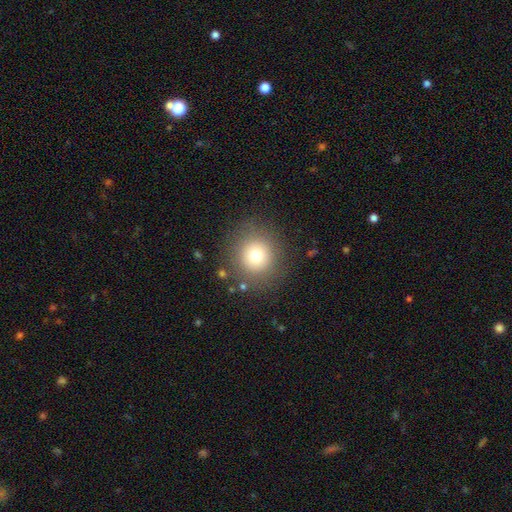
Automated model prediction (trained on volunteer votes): smooth-or-featured: smooth: 74% | star or artifact: 15% | featured or disk: 12%
  how-rounded: round: 91% | in between: 8% | cigar-shaped: 1%
  merging: none: 85% | minor disturbance: 8% | major disturbance: 4% | merger: 2%